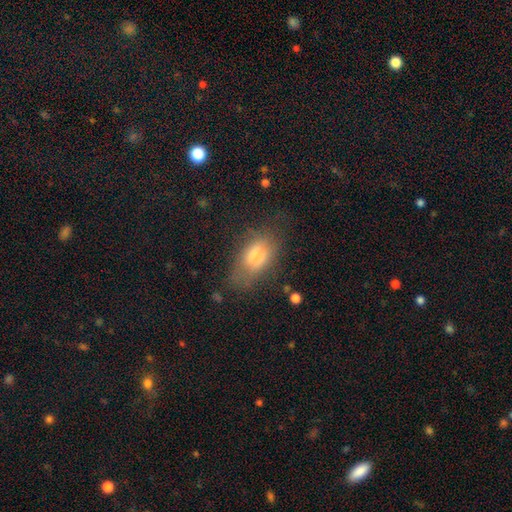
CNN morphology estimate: Overall: smooth (73%). How rounded: in between (88%). Merging: none (57%; minor disturbance 27%).